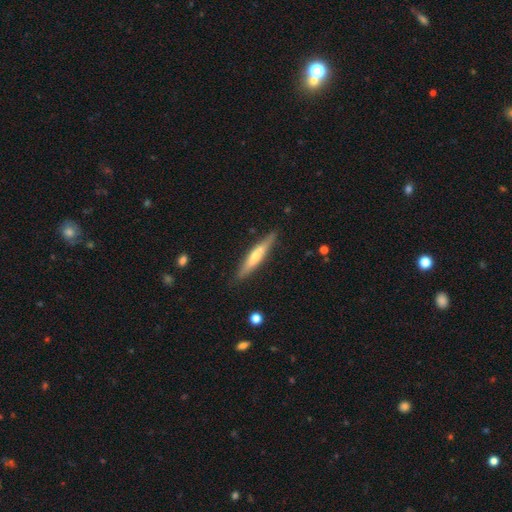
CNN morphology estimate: Smooth or featured? Predicted: featured or disk (p=0.50). Edge-on disk? Predicted: yes (p=0.92). Merging? Predicted: none (p=0.87).